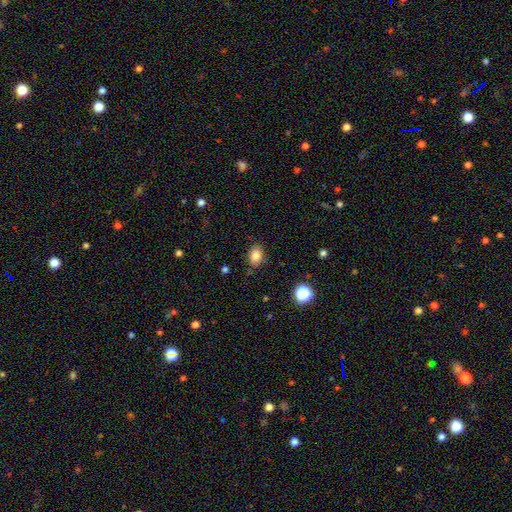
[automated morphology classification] Overall: smooth (83%). How rounded: in between (69%; round 30%). Merging: none (84%).